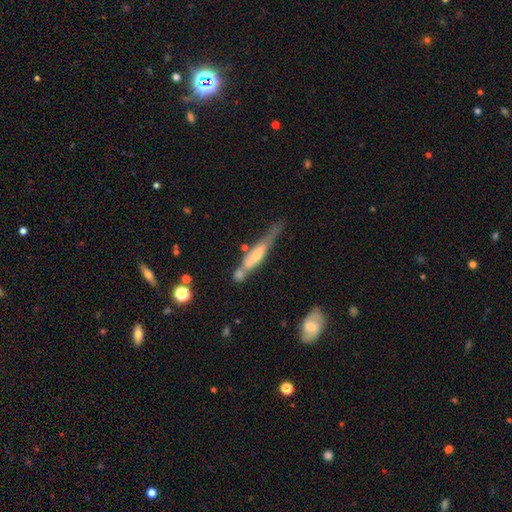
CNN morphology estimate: Smooth or featured?
  - featured or disk: 57% *
  - smooth: 36%
  - star or artifact: 7%
Edge-on disk?
  - yes: 76% *
  - no: 24%
Merging?
  - none: 34% *
  - minor disturbance: 26%
  - merger: 25%
  - major disturbance: 15%